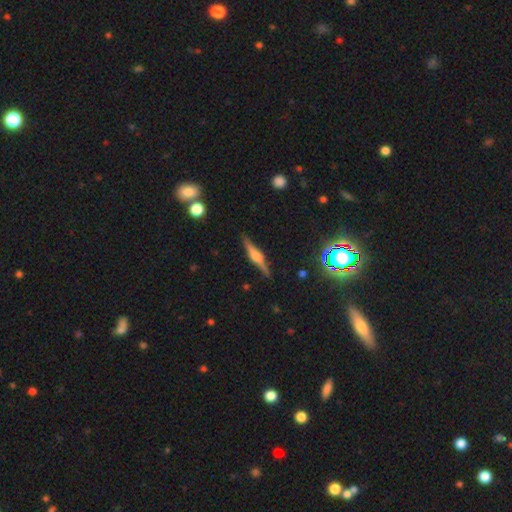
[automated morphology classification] Smooth or featured? Predicted: featured or disk (p=0.74). Edge-on disk? Predicted: yes (p=0.97). Edge-on bulge? Predicted: rounded (p=0.78). Merging? Predicted: none (p=0.89).